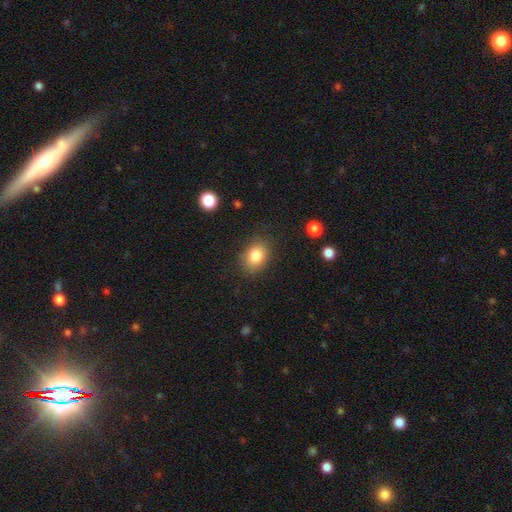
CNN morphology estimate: Smooth or featured?
  - smooth: 83% *
  - star or artifact: 9%
  - featured or disk: 8%
How rounded?
  - in between: 68% *
  - round: 31%
  - cigar-shaped: 1%
Merging?
  - none: 83% *
  - minor disturbance: 12%
  - major disturbance: 4%
  - merger: 1%